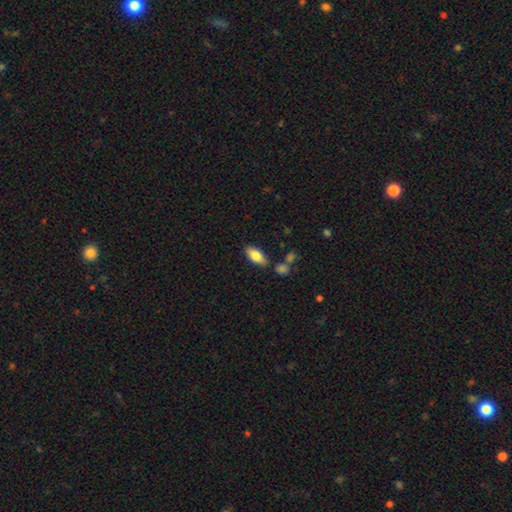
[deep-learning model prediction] Overall: smooth (78%). How rounded: in between (86%). Merging: none (80%).